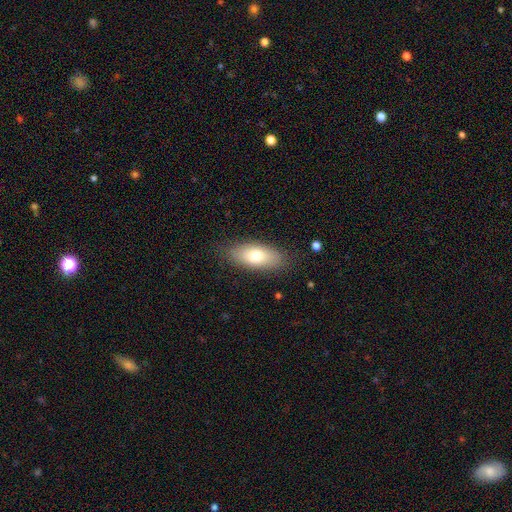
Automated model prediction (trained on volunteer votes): smooth_or_featured: smooth (p=0.74) [alt: featured or disk p=0.19]
how_rounded: in between (p=0.83) [alt: cigar-shaped p=0.14]
merging: none (p=0.84) [alt: minor disturbance p=0.12]